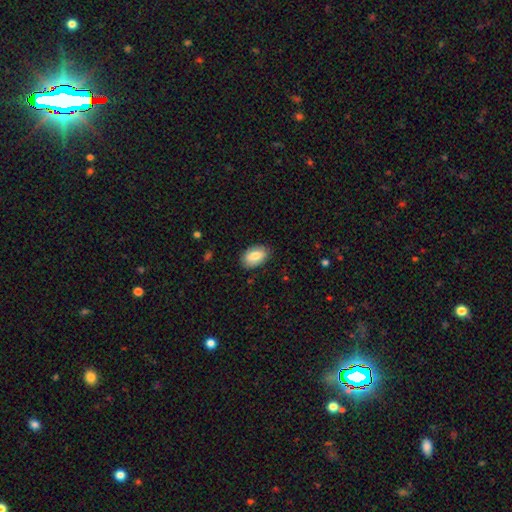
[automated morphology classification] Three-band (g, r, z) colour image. It shows a smooth galaxy with no disk features (81%) that is in between round and cigar-shaped (93%). Merging: none (84%).